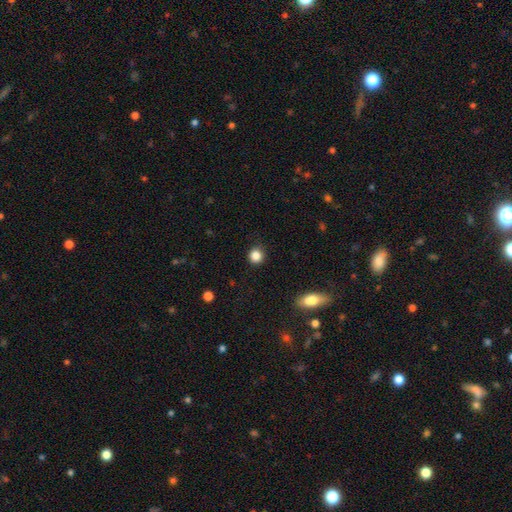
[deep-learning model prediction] A smooth galaxy with no disk features (85%) that is round (90%).

Vote fractions:
- Smooth or featured? smooth: 85% / star or artifact: 11% / featured or disk: 4%
- How rounded? round: 90% / in between: 9% / cigar-shaped: 1%
- Merging? none: 90% / minor disturbance: 7% / major disturbance: 2% / merger: 1%